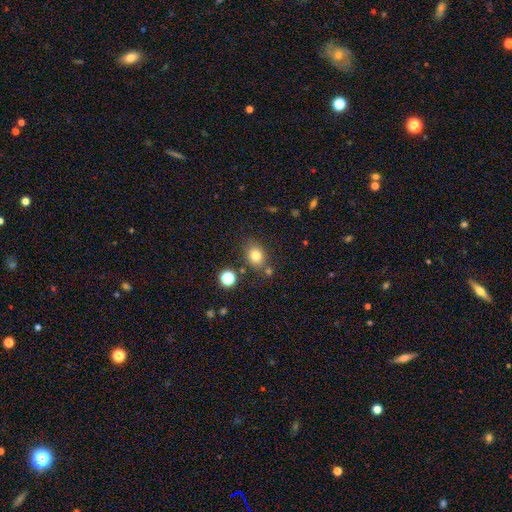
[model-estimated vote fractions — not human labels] Smooth or featured? smooth (78%)
How rounded? round (59%)
Merging? none (75%)